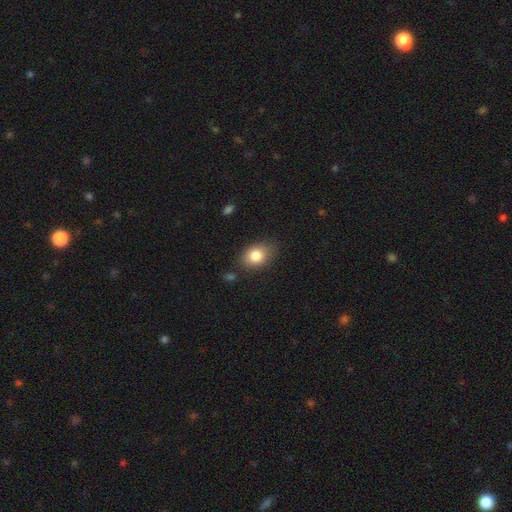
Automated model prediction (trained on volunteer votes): Smooth or featured?
  - smooth: 83% *
  - star or artifact: 9%
  - featured or disk: 8%
How rounded?
  - in between: 70% *
  - round: 29%
  - cigar-shaped: 1%
Merging?
  - none: 76% *
  - minor disturbance: 17%
  - major disturbance: 4%
  - merger: 3%